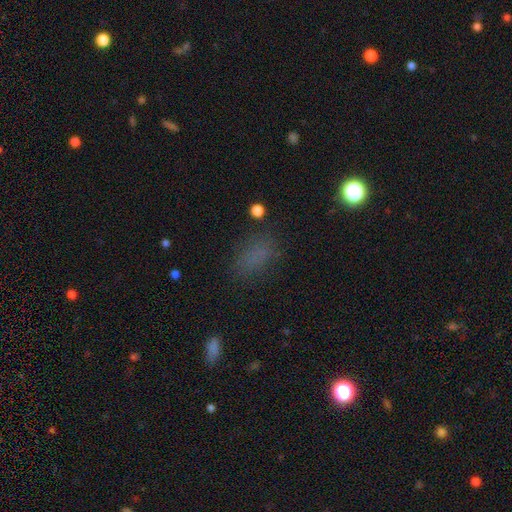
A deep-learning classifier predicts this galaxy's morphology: smooth-or-featured: smooth: 70% | star or artifact: 22% | featured or disk: 9%
  how-rounded: in between: 82% | round: 13% | cigar-shaped: 5%
  merging: none: 73% | minor disturbance: 16% | major disturbance: 9% | merger: 2%